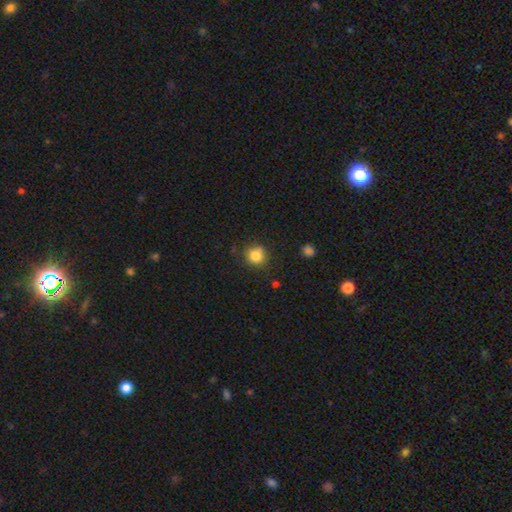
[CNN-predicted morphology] This is clearly a smooth galaxy (82%). How rounded: clearly round (89%). Merging: likely none (80%).